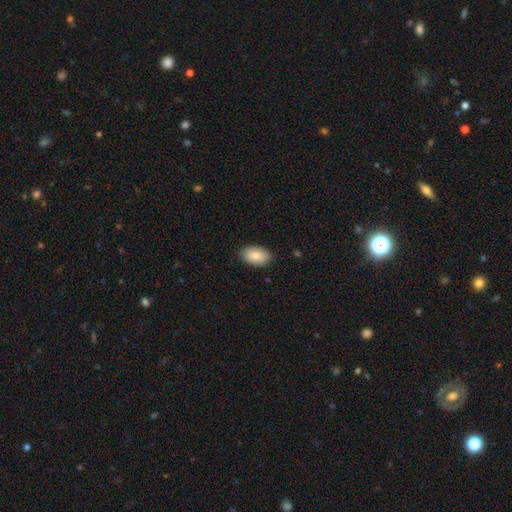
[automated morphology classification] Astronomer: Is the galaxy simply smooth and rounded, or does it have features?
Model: smooth — 84%.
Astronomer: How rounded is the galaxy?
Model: in between — 92%.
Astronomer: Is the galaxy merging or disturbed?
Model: none — 86%.